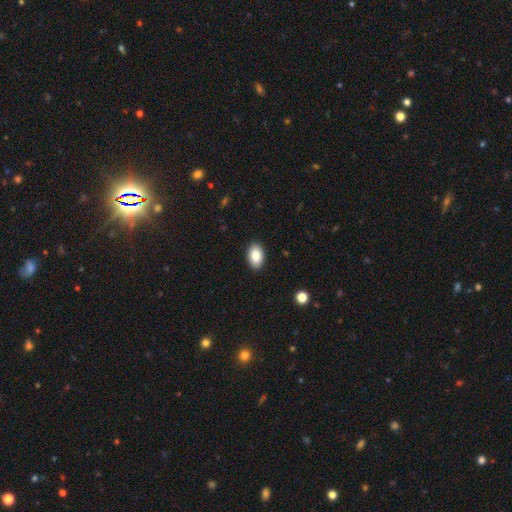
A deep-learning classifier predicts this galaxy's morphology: Smooth or featured?
  - smooth: 87% *
  - star or artifact: 7%
  - featured or disk: 5%
How rounded?
  - in between: 91% *
  - round: 8%
  - cigar-shaped: 1%
Merging?
  - none: 90% *
  - minor disturbance: 8%
  - major disturbance: 2%
  - merger: 1%